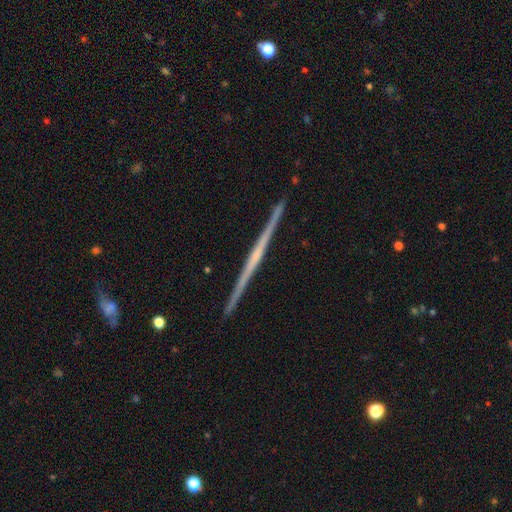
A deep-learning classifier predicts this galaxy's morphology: Smooth or featured?
  - featured or disk: 78% *
  - smooth: 17%
  - star or artifact: 5%
Edge-on disk?
  - yes: 99% *
  - no: 1%
Edge-on bulge?
  - none: 65% *
  - rounded: 27%
  - boxy: 8%
Merging?
  - none: 93% *
  - minor disturbance: 5%
  - merger: 1%
  - major disturbance: 1%